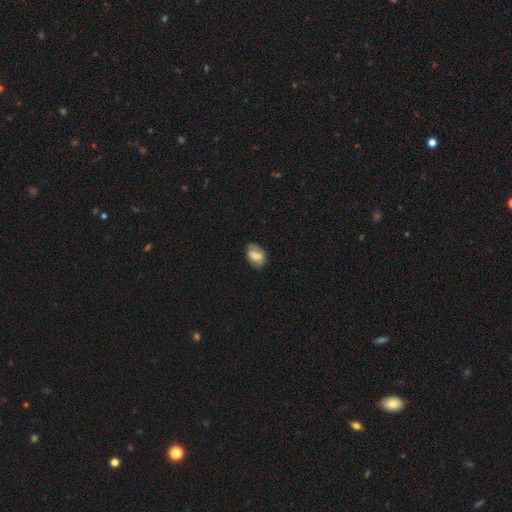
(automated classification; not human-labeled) This is likely a smooth galaxy (63%). How rounded: clearly in between (82%). Merging: likely none (63%).